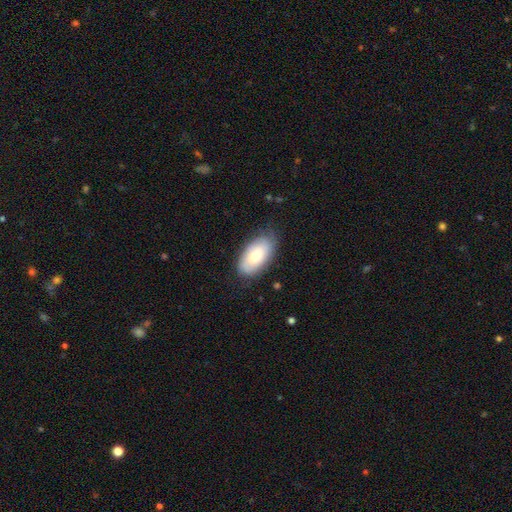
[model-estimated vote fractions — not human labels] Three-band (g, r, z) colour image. It shows a smooth galaxy with no disk features (71%) that is in between round and cigar-shaped (94%). Merging: none (72%).